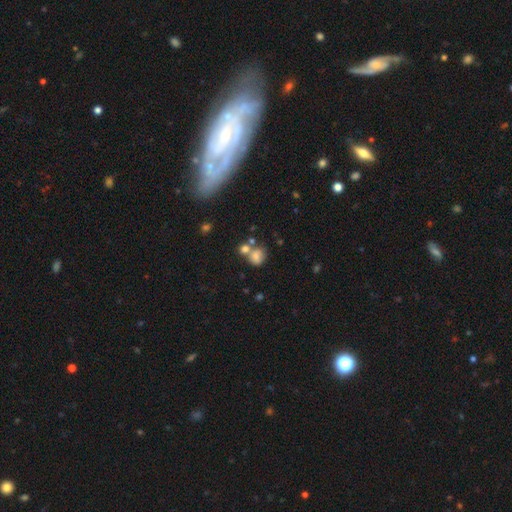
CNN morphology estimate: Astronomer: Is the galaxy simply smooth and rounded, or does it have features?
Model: smooth — 74%.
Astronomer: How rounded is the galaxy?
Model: round — 58% (runner-up: in between, 41%).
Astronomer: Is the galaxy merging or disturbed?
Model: merger — 40% (runner-up: none, 39%).